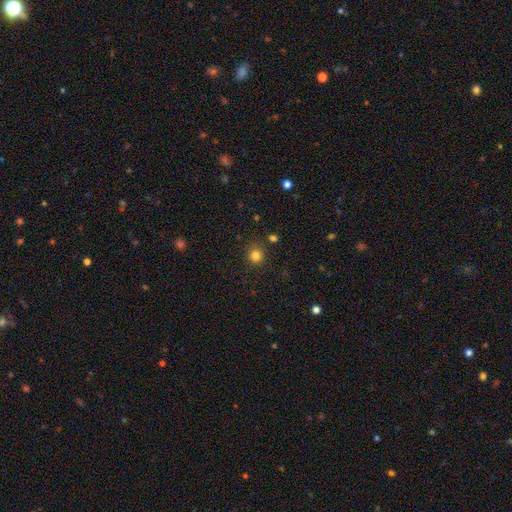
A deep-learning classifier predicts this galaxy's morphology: Overall: smooth (82%). How rounded: round (91%). Merging: none (85%).